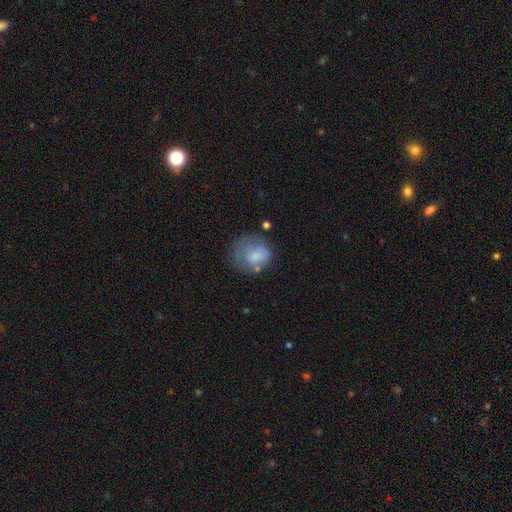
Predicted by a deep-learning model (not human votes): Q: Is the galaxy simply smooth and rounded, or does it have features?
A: smooth — 65%.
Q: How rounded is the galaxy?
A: round — 73%.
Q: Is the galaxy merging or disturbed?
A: none — 43%.